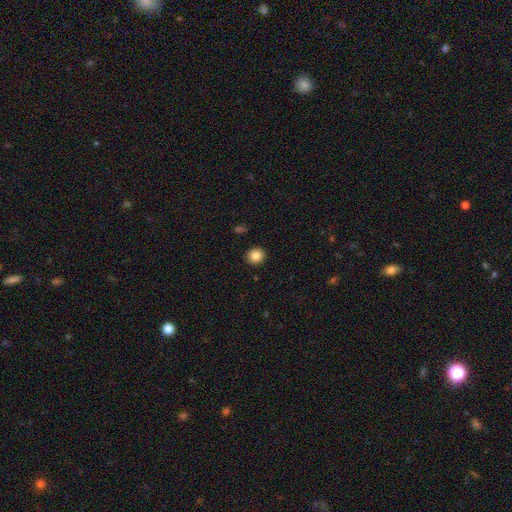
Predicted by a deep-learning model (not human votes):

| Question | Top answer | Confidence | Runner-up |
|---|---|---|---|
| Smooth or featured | smooth | 85% | star or artifact (10%) |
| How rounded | round | 88% | in between (11%) |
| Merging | none | 92% | minor disturbance (5%) |